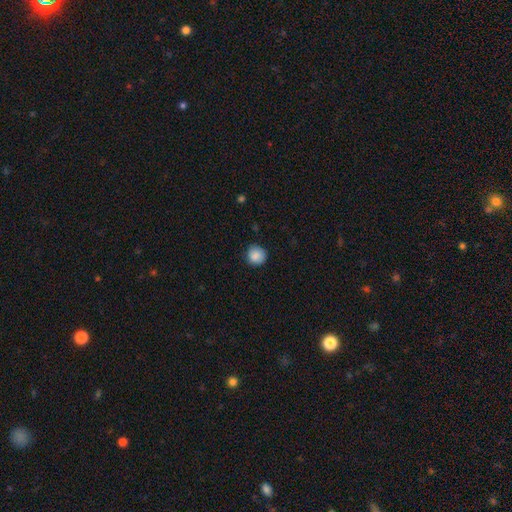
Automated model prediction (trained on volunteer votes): Overall: smooth (87%). How rounded: round (93%). Merging: none (84%).